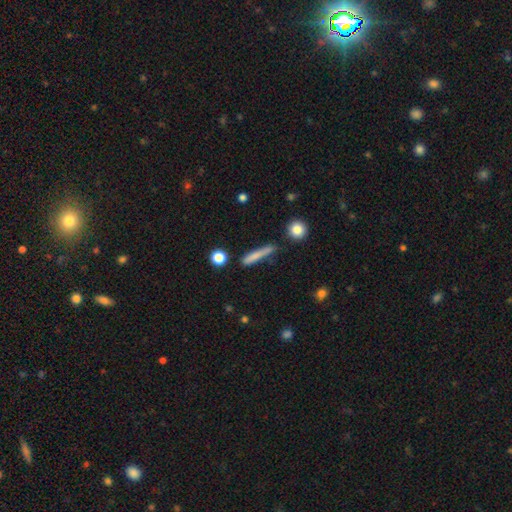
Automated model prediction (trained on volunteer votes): smooth-or-featured: smooth: 75% | featured or disk: 18% | star or artifact: 8%
  how-rounded: cigar-shaped: 90% | in between: 7% | round: 3%
  merging: none: 77% | minor disturbance: 15% | merger: 4% | major disturbance: 4%